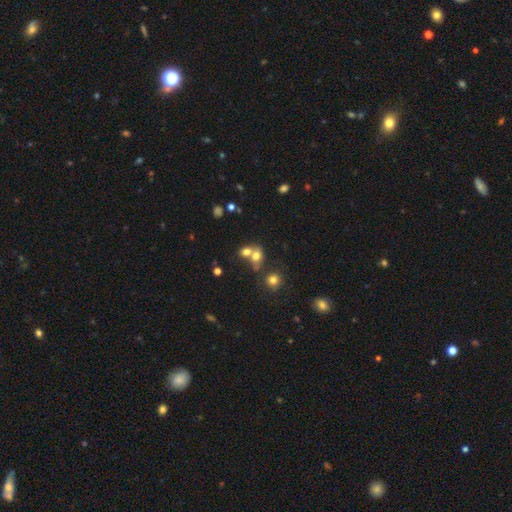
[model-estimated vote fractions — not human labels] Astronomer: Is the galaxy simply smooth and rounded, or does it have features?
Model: smooth — 68%.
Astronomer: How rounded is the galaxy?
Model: in between — 57% (runner-up: round, 40%).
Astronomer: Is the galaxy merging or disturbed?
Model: merger — 57%.